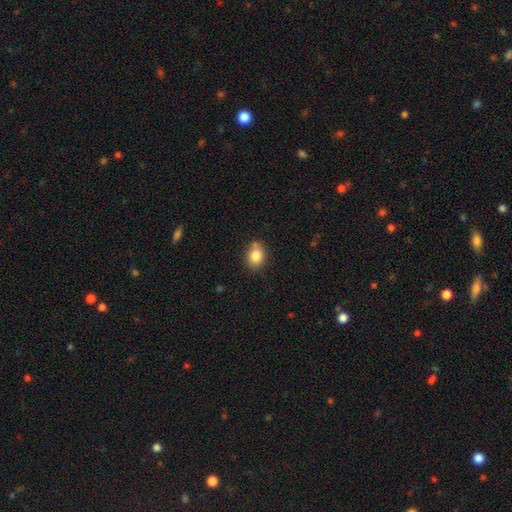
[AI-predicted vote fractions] Q: Smooth or featured?
A: smooth (83%); runner-up: star or artifact (9%)
Q: How rounded?
A: in between (59%); runner-up: round (40%)
Q: Merging?
A: none (72%); runner-up: minor disturbance (16%)